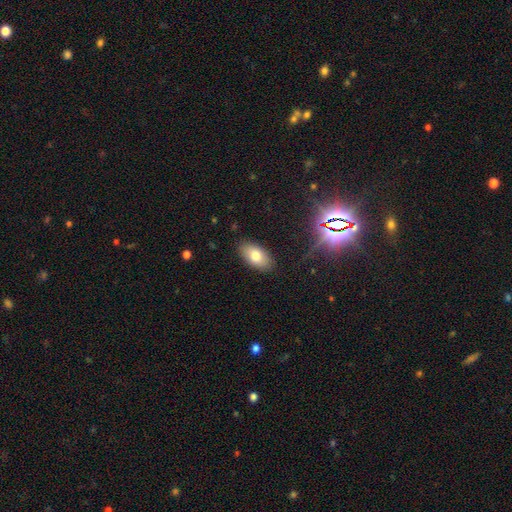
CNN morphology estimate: The model was most divided on "smooth or featured": smooth: 75%, featured or disk: 15%, star or artifact: 10%. More confident: how rounded — in between (93%); merging — none (86%).